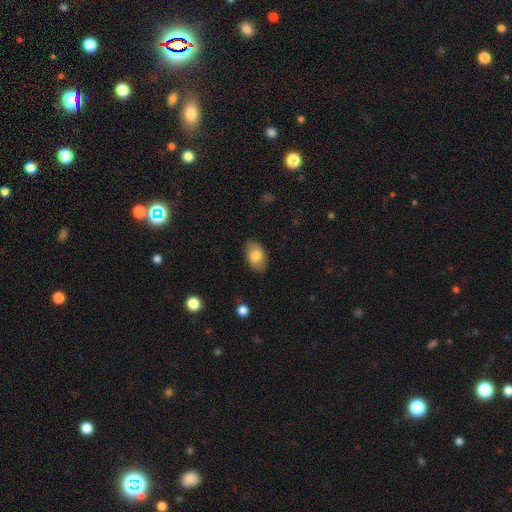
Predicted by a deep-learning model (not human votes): Smooth or featured?
  - smooth: 82% *
  - featured or disk: 11%
  - star or artifact: 7%
How rounded?
  - in between: 88% *
  - round: 11%
  - cigar-shaped: 1%
Merging?
  - none: 85% *
  - minor disturbance: 11%
  - major disturbance: 3%
  - merger: 1%